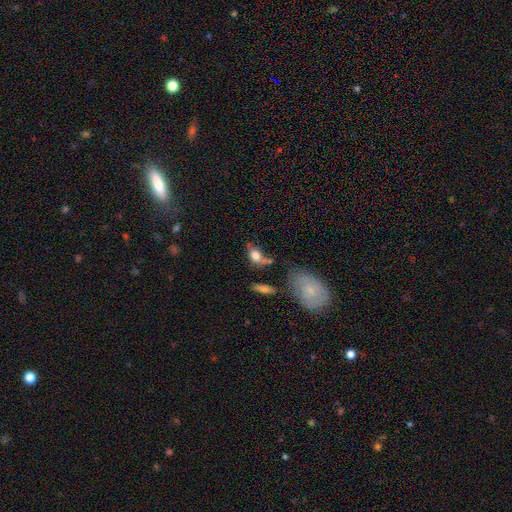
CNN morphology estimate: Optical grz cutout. It shows a smooth galaxy with no disk features (72%) that is in between round and cigar-shaped (72%). Merging: none (35%).